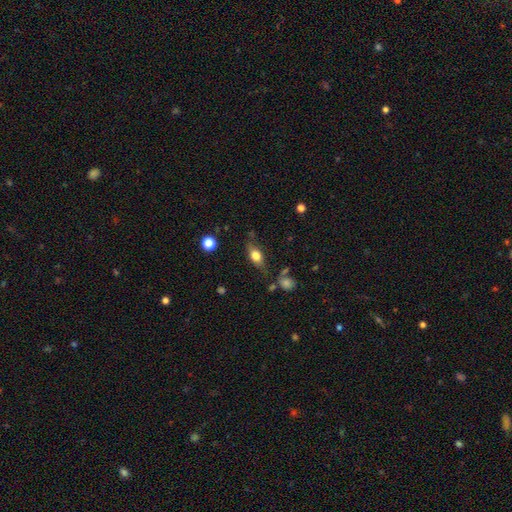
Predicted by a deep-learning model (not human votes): Overall: smooth (70%). How rounded: in between (77%). Merging: none (71%).